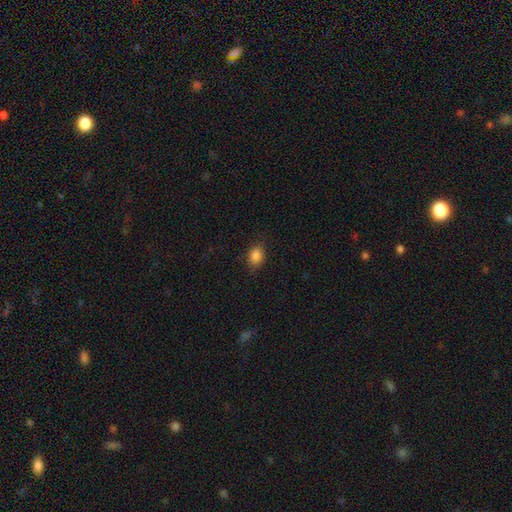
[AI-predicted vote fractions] Smooth or featured? Predicted: smooth (p=0.86). How rounded? Predicted: in between (p=0.71). Merging? Predicted: none (p=0.81).